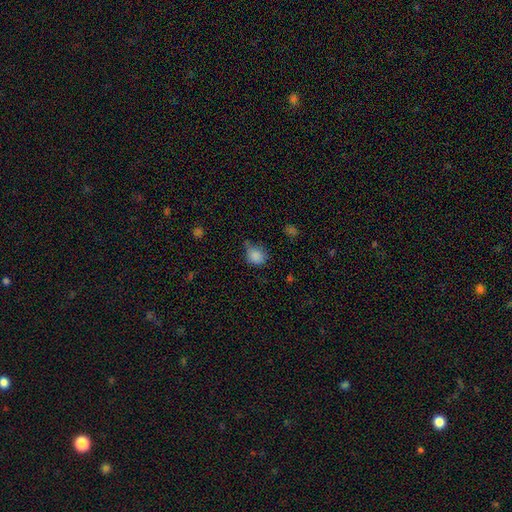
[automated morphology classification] Overall: smooth (84%). How rounded: round (61%; in between 38%). Merging: none (51%; minor disturbance 36%).